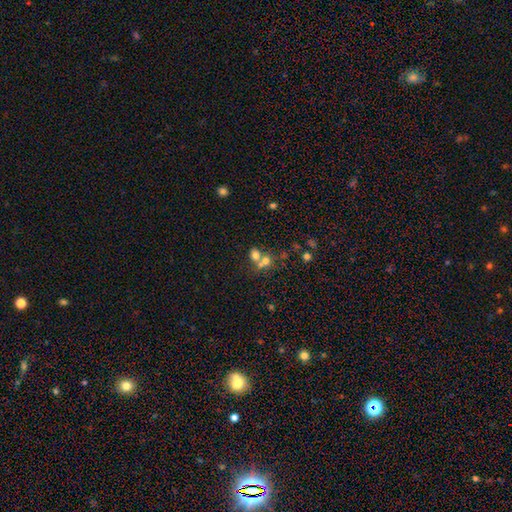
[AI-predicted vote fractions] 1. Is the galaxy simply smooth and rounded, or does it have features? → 66% smooth, 17% featured or disk, 17% star or artifact.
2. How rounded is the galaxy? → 68% round, 31% in between, 1% cigar-shaped.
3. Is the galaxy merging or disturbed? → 55% merger, 34% none, 7% minor disturbance, 4% major disturbance.